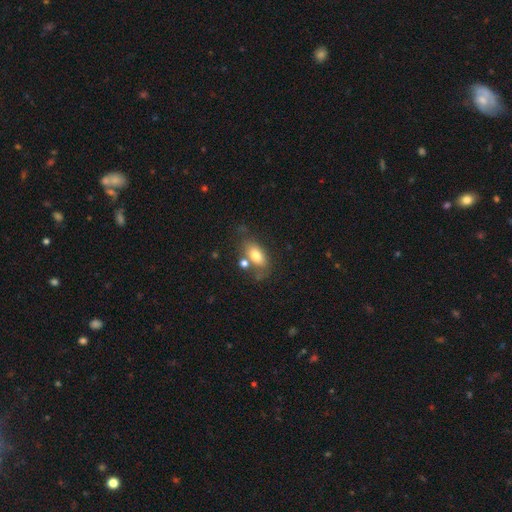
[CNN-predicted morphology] Smooth or featured? smooth (74%)
How rounded? in between (86%)
Merging? none (54%)